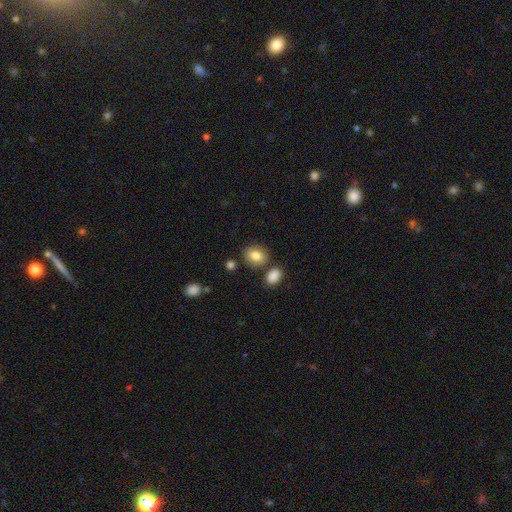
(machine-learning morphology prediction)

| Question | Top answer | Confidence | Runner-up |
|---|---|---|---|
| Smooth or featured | smooth | 84% | star or artifact (9%) |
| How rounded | in between | 51% | round (48%) |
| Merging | none | 75% | minor disturbance (12%) |